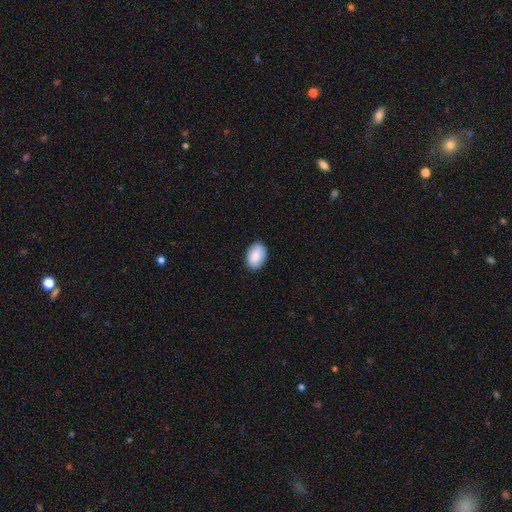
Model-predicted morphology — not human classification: Smooth or featured? smooth (88%)
How rounded? in between (90%)
Merging? none (88%)